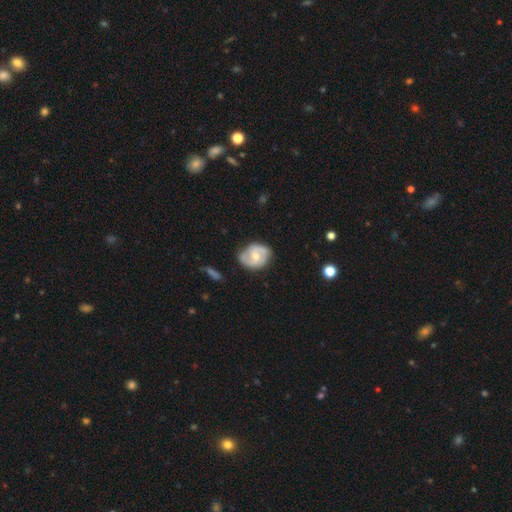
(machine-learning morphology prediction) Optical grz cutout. It shows a featured or disk galaxy (72%) with no bar (52%), 2 (82%) medium (46%) spiral arms (88%) and a moderate central bulge (61%). Merging: none (71%).